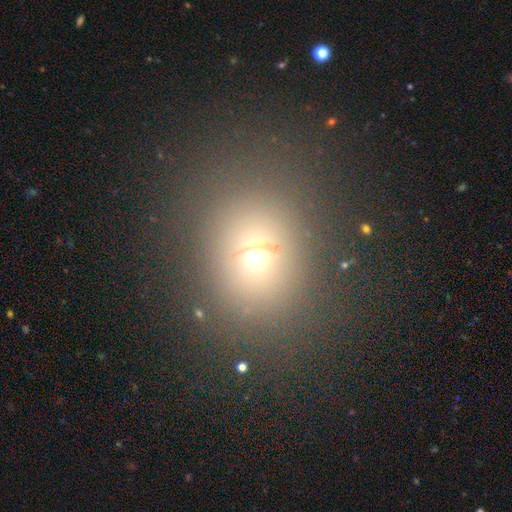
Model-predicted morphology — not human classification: Smooth or featured?
  - smooth: 61% *
  - star or artifact: 25%
  - featured or disk: 14%
How rounded?
  - round: 65% *
  - in between: 33%
  - cigar-shaped: 1%
Merging?
  - none: 76% *
  - minor disturbance: 12%
  - major disturbance: 8%
  - merger: 4%